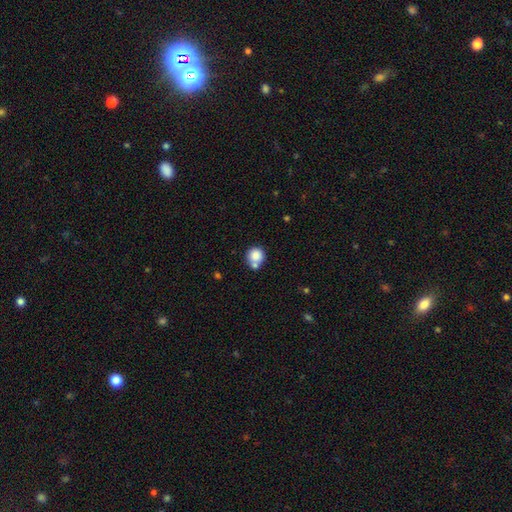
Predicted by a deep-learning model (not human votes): Smooth or featured?
  - smooth: 83% *
  - star or artifact: 9%
  - featured or disk: 7%
How rounded?
  - round: 90% *
  - in between: 9%
  - cigar-shaped: 1%
Merging?
  - none: 55% *
  - merger: 30%
  - minor disturbance: 11%
  - major disturbance: 4%